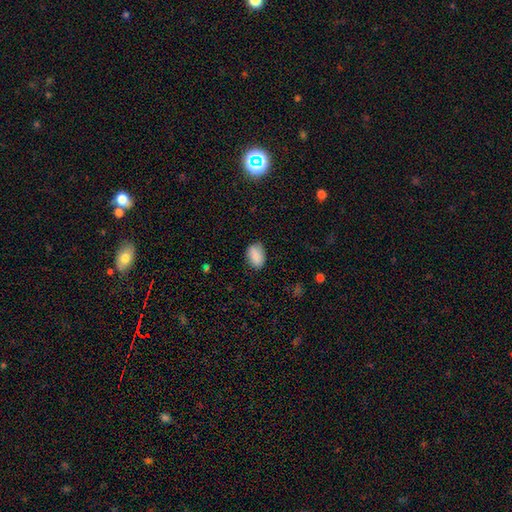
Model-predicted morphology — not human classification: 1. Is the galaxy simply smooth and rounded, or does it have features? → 87% smooth, 7% star or artifact, 5% featured or disk.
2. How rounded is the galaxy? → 87% in between, 12% round, 1% cigar-shaped.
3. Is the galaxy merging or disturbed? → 80% none, 16% minor disturbance, 3% major disturbance, 1% merger.